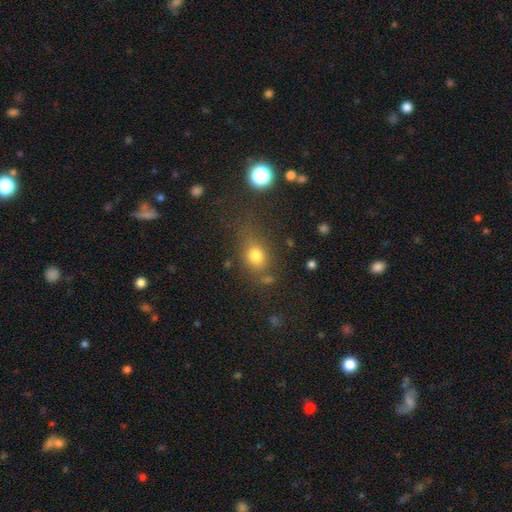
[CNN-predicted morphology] Q: Smooth or featured?
A: smooth (75%); runner-up: star or artifact (15%)
Q: How rounded?
A: in between (49%); runner-up: round (48%)
Q: Merging?
A: none (59%); runner-up: minor disturbance (18%)